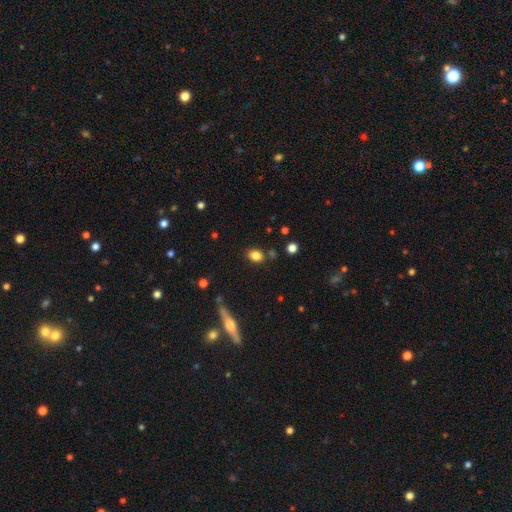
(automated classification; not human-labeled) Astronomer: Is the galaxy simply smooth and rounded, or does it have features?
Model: smooth — 83%.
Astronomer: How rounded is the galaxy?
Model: in between — 67%.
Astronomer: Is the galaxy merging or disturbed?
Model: none — 80%.